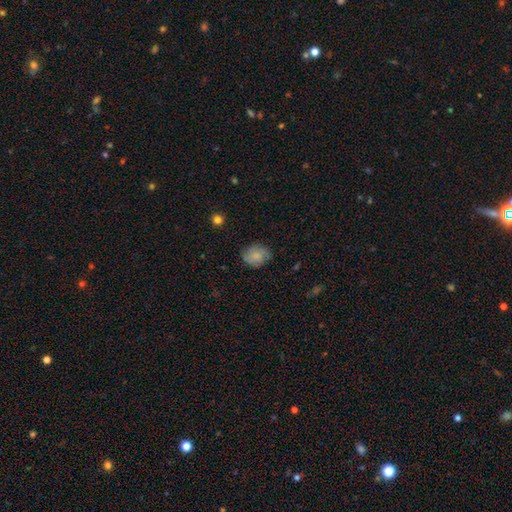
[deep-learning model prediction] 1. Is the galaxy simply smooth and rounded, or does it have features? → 75% smooth, 18% featured or disk, 8% star or artifact.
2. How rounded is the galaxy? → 51% round, 48% in between, 1% cigar-shaped.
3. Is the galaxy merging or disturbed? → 76% none, 19% minor disturbance, 4% major disturbance, 1% merger.